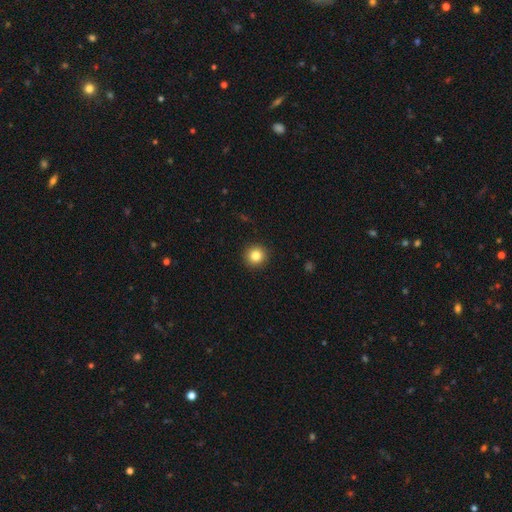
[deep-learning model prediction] A smooth galaxy with no disk features (84%) that is round (93%).

Vote fractions:
- Smooth or featured? smooth: 84% / star or artifact: 11% / featured or disk: 6%
- How rounded? round: 93% / in between: 6% / cigar-shaped: 1%
- Merging? none: 93% / minor disturbance: 5% / major disturbance: 2% / merger: 1%